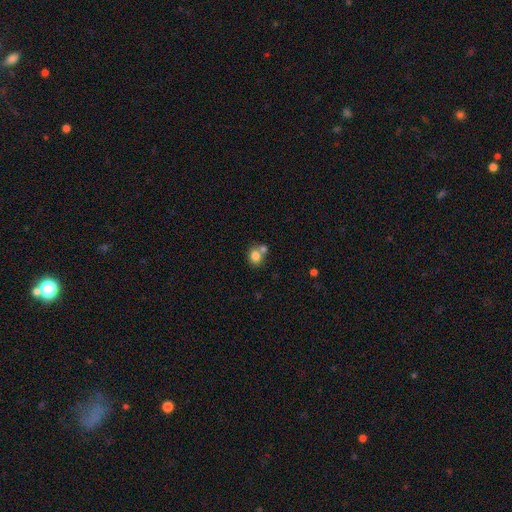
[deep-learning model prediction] This appears to be a smooth galaxy with no disk features (81%) that is round (60%). Merging: none (48%).